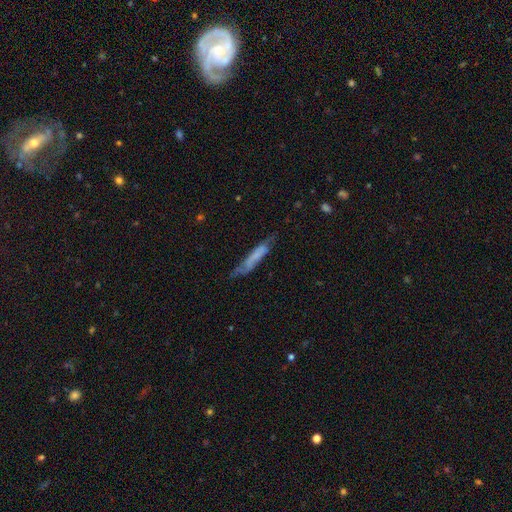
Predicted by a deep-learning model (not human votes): smooth 53%, featured or disk 39%, star or artifact 8%. Down the decision tree: how rounded — cigar-shaped (87%); merging — none (53%).